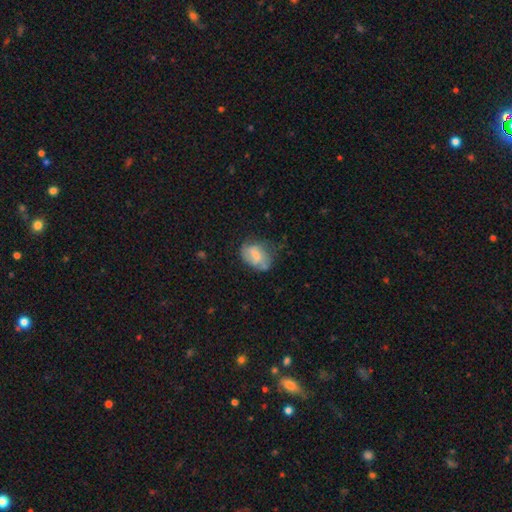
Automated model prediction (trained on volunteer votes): This is possibly a smooth galaxy (49%). Merging: possibly none (47%).